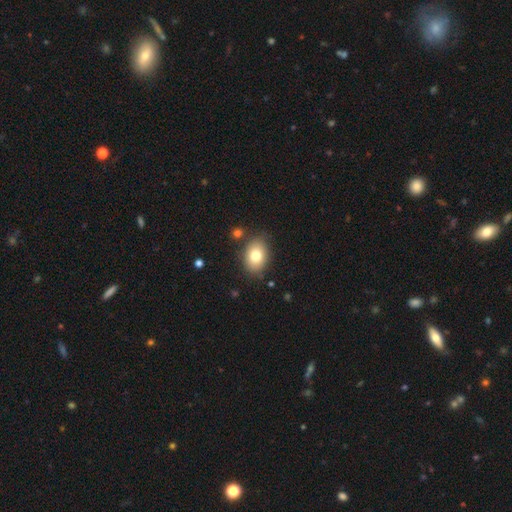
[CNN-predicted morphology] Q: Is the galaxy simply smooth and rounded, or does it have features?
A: smooth — 79%.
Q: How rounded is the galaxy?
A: in between — 73%.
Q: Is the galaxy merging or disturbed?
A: none — 80%.